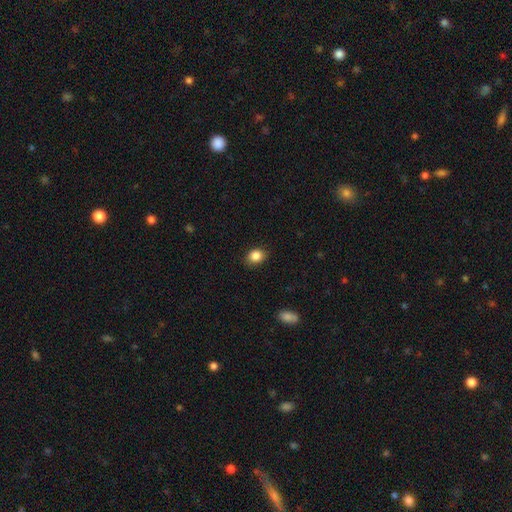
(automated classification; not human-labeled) A smooth galaxy with no disk features (86%) that is in between round and cigar-shaped (53%).

Vote fractions:
- Smooth or featured? smooth: 86% / star or artifact: 10% / featured or disk: 5%
- How rounded? in between: 53% / round: 46% / cigar-shaped: 1%
- Merging? none: 86% / minor disturbance: 11% / major disturbance: 2% / merger: 1%